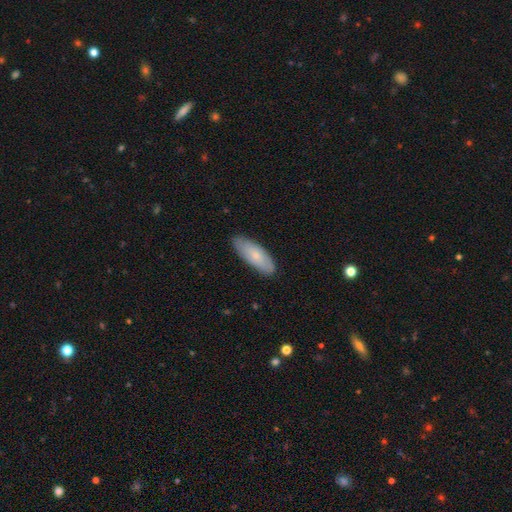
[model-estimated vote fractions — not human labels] Overall: smooth (67%). How rounded: in between (70%). Merging: none (84%).